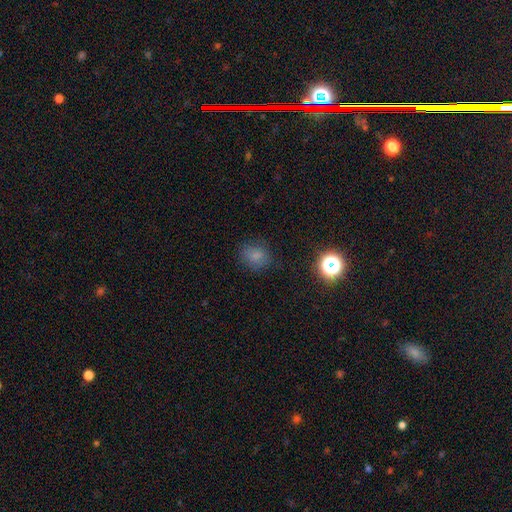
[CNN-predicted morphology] A smooth galaxy with no disk features (77%) that is round (66%). Merging: none (80%).